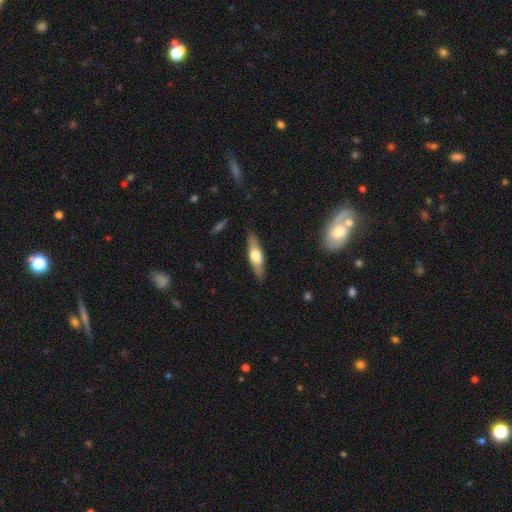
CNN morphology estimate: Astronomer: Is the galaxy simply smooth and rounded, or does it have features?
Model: featured or disk — 52% (runner-up: smooth, 42%).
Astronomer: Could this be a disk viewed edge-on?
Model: yes — 90%.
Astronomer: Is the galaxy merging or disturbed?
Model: none — 87%.